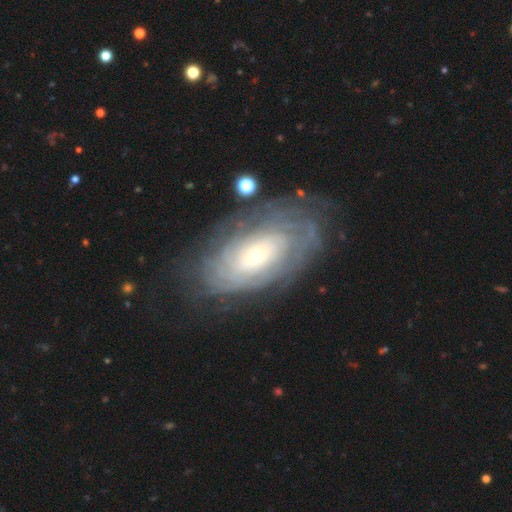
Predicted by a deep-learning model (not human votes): Morphology: type=featured or disk (81%); edge-on=no (94%); bar=no (79%); spiral arms=yes (89%); winding=tight (83%); arm count=can't tell (50%); bulge=small (71%); merging=none (74%).